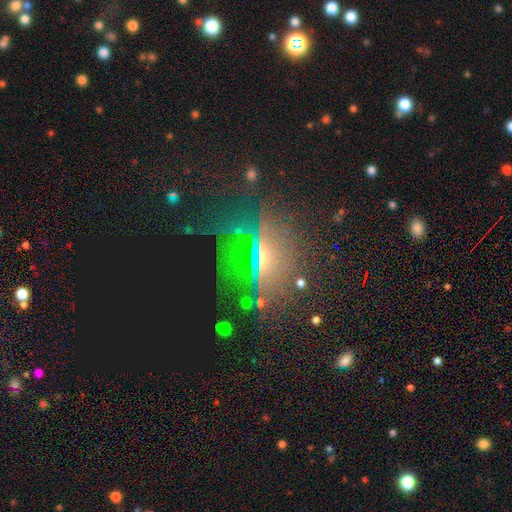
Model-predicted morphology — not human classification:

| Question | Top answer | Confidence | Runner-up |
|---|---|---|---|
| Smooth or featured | featured or disk | 47% | star or artifact (29%) |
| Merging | none | 67% | minor disturbance (16%) |